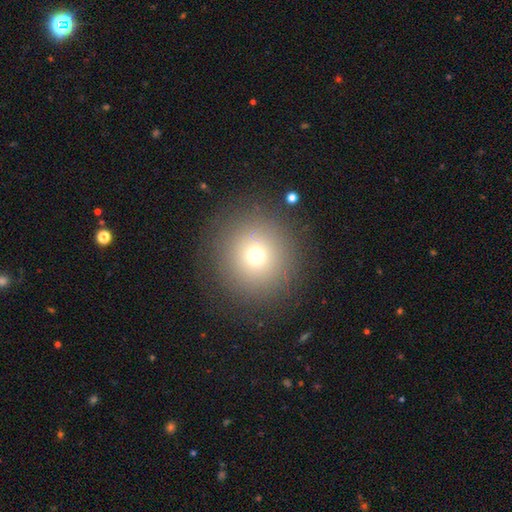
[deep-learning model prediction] A smooth galaxy with no disk features (70%) that is round (95%).

Vote fractions:
- Smooth or featured? smooth: 70% / star or artifact: 19% / featured or disk: 11%
- How rounded? round: 95% / in between: 4% / cigar-shaped: 1%
- Merging? none: 89% / minor disturbance: 6% / major disturbance: 4% / merger: 1%